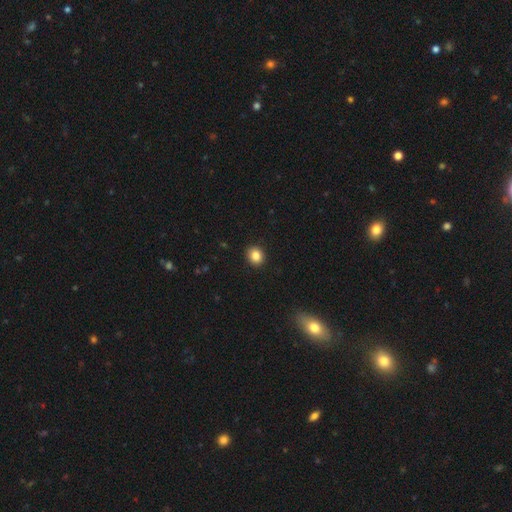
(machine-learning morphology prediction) smooth 85%, star or artifact 10%, featured or disk 5%. Down the decision tree: how rounded — round (70%); merging — none (91%).